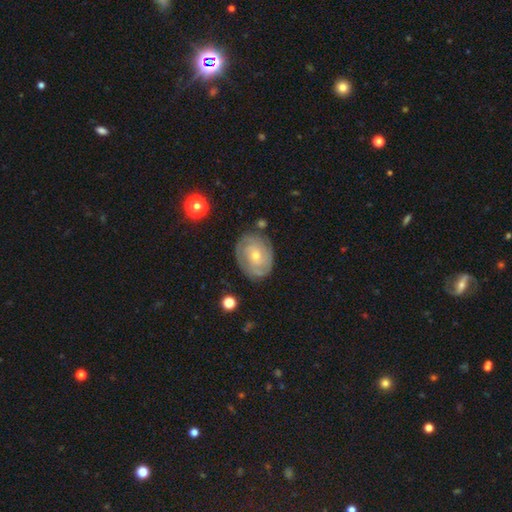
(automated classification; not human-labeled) Q: Smooth or featured?
A: featured or disk (78%); runner-up: smooth (15%)
Q: Edge-on disk?
A: no (97%); runner-up: yes (3%)
Q: Bar?
A: no (72%); runner-up: weak (23%)
Q: Spiral arms?
A: yes (89%); runner-up: no (11%)
Q: Spiral winding?
A: tight (75%); runner-up: medium (20%)
Q: Spiral arm count?
A: 2 (40%); runner-up: can't tell (32%)
Q: Bulge size?
A: small (55%); runner-up: moderate (42%)
Q: Merging?
A: none (79%); runner-up: minor disturbance (15%)